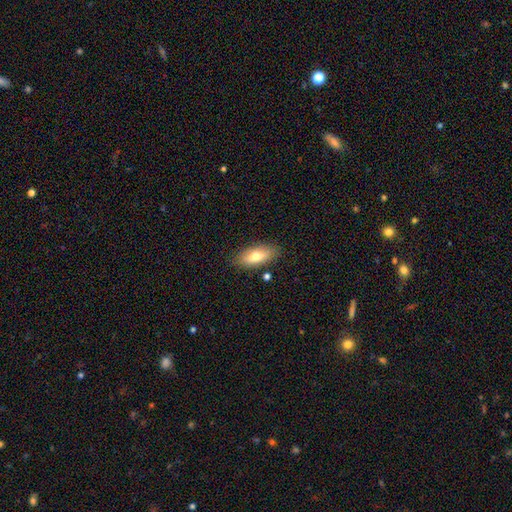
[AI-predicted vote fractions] Smooth or featured? Predicted: smooth (p=0.72). How rounded? Predicted: in between (p=0.81). Merging? Predicted: none (p=0.83).